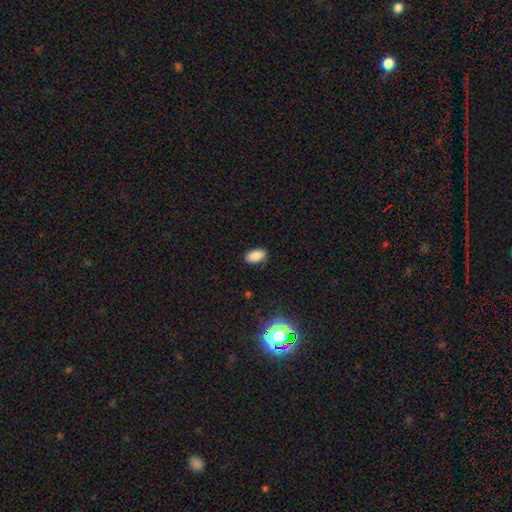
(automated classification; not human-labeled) smooth 87%, star or artifact 9%, featured or disk 4%. Down the decision tree: how rounded — in between (93%); merging — none (87%).